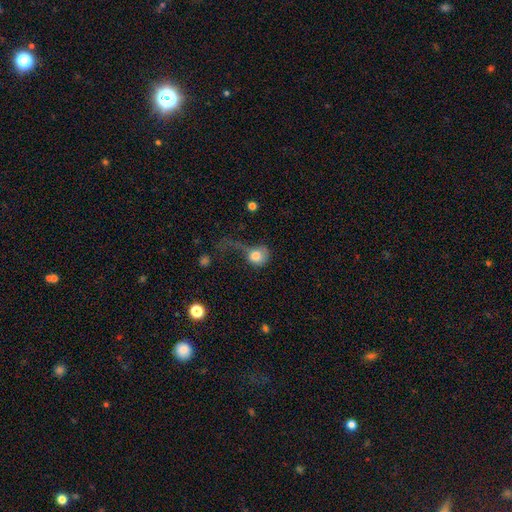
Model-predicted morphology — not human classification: smooth 74%, featured or disk 17%, star or artifact 8%. Down the decision tree: how rounded — round (73%); merging — major disturbance (63%).